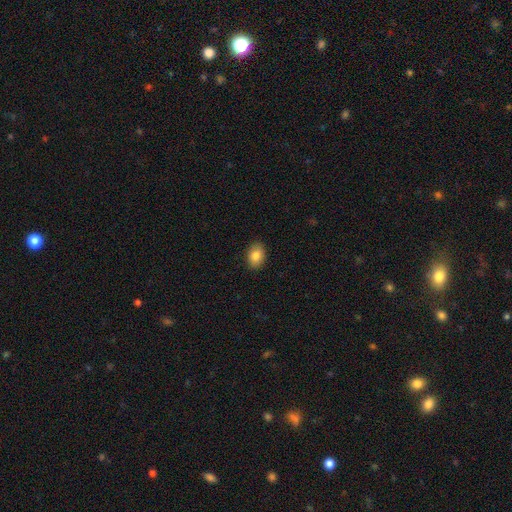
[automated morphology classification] Q: Smooth or featured?
A: smooth (84%); runner-up: star or artifact (8%)
Q: How rounded?
A: in between (80%); runner-up: round (19%)
Q: Merging?
A: none (89%); runner-up: minor disturbance (8%)